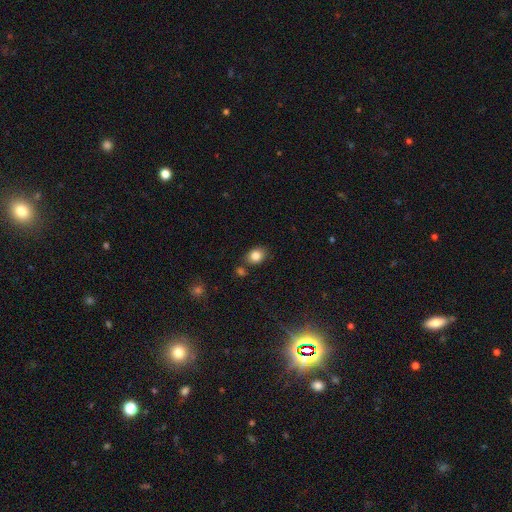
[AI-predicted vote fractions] Smooth or featured? Predicted: smooth (p=0.83). How rounded? Predicted: in between (p=0.56). Merging? Predicted: none (p=0.76).